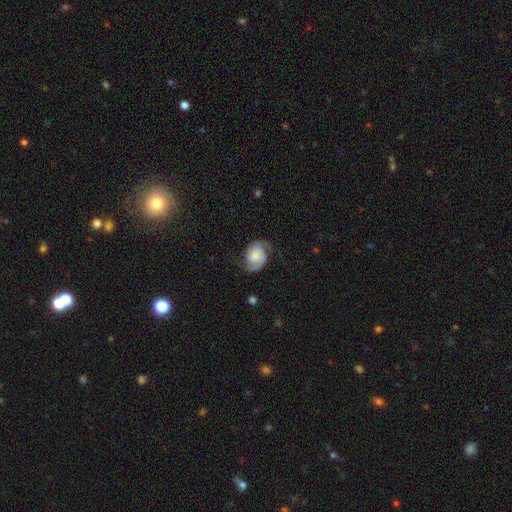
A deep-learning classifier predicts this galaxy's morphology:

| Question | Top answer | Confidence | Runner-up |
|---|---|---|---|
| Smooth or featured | featured or disk | 74% | smooth (18%) |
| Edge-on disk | no | 98% | yes (2%) |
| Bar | no | 69% | weak (26%) |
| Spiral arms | yes | 96% | no (4%) |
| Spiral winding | medium | 44% | loose (33%) |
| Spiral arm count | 2 | 91% | 1 (3%) |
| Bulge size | none | 25% | tied: small (25%) |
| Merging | none | 68% | minor disturbance (20%) |